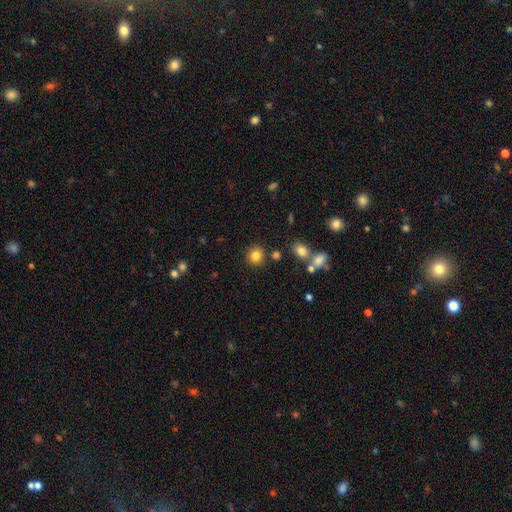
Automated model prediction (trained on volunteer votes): The model was most divided on "smooth or featured": smooth: 83%, star or artifact: 11%, featured or disk: 6%. More confident: how rounded — round (87%); merging — none (86%).